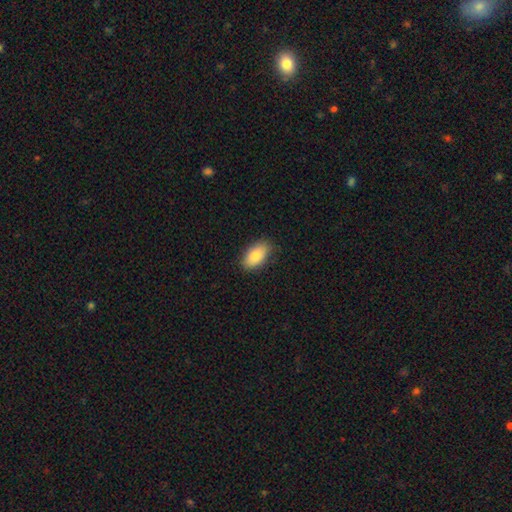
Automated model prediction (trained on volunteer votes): smooth 85%, featured or disk 8%, star or artifact 7%. Down the decision tree: how rounded — in between (93%); merging — none (85%).